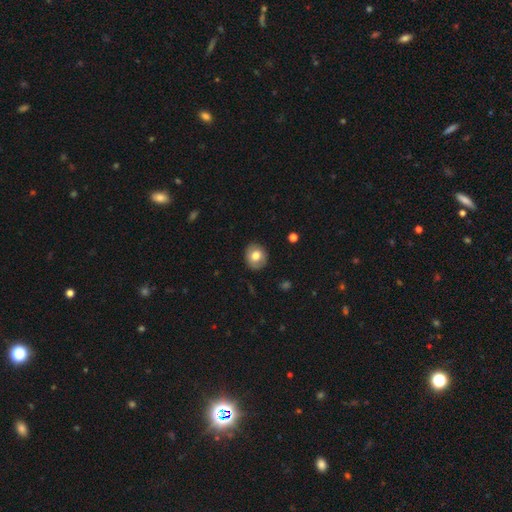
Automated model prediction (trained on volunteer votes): This appears to be a smooth galaxy with no disk features (75%) that is round (76%). Merging: none (87%).